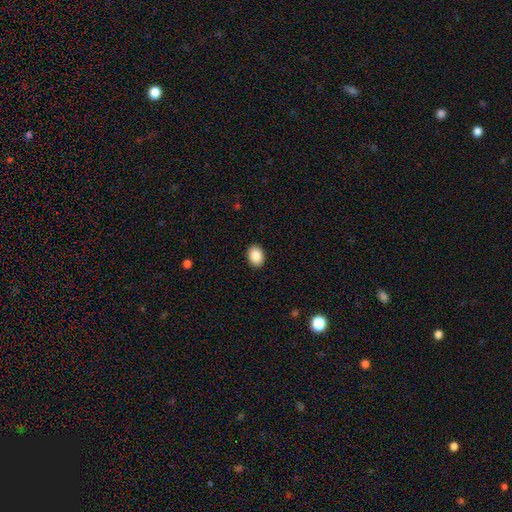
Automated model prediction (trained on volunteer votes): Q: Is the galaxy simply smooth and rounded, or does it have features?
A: smooth — 88%.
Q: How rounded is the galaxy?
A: in between — 69%.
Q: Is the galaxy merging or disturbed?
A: none — 91%.